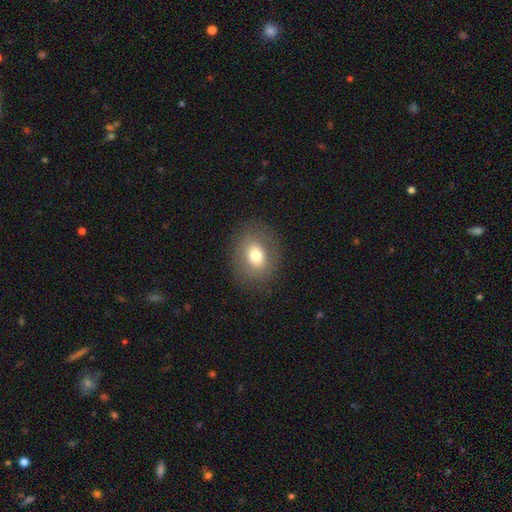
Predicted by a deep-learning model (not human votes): Overall: smooth (73%). How rounded: in between (55%; round 44%). Merging: none (84%).